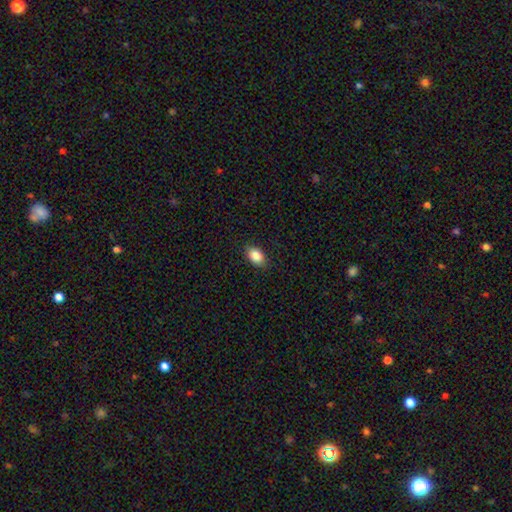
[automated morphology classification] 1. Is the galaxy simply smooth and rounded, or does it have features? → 87% smooth, 8% star or artifact, 5% featured or disk.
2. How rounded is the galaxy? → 86% in between, 13% round, 1% cigar-shaped.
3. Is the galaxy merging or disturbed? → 87% none, 10% minor disturbance, 2% major disturbance, 1% merger.